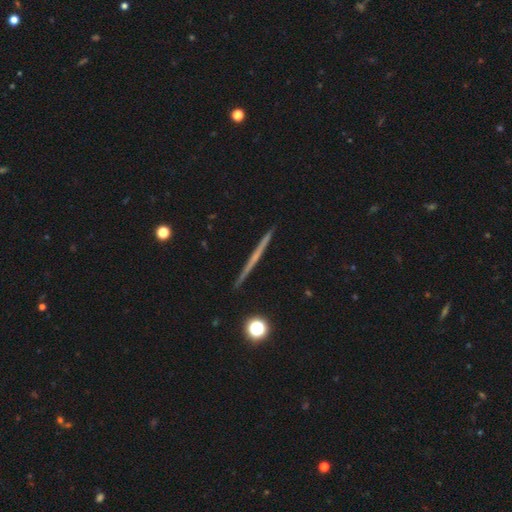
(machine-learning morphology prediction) Smooth or featured?
  - featured or disk: 61% *
  - smooth: 32%
  - star or artifact: 7%
Edge-on disk?
  - yes: 98% *
  - no: 2%
Edge-on bulge?
  - none: 85% *
  - rounded: 11%
  - boxy: 3%
Merging?
  - none: 92% *
  - minor disturbance: 5%
  - merger: 1%
  - major disturbance: 1%